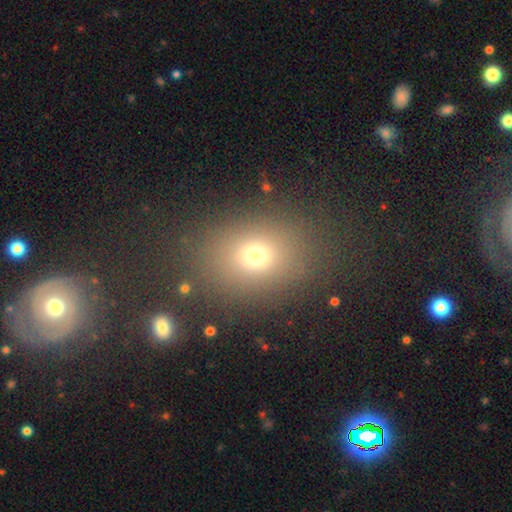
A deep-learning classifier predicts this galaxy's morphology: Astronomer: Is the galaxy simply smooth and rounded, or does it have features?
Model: smooth — 70%.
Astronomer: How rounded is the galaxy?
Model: in between — 56% (runner-up: round, 43%).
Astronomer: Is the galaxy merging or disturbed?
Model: none — 80%.